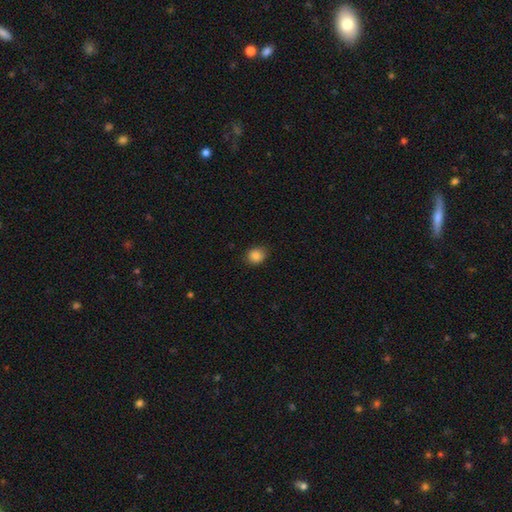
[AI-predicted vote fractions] This appears to be a smooth galaxy with no disk features (84%) that is round (69%). Merging: none (84%).